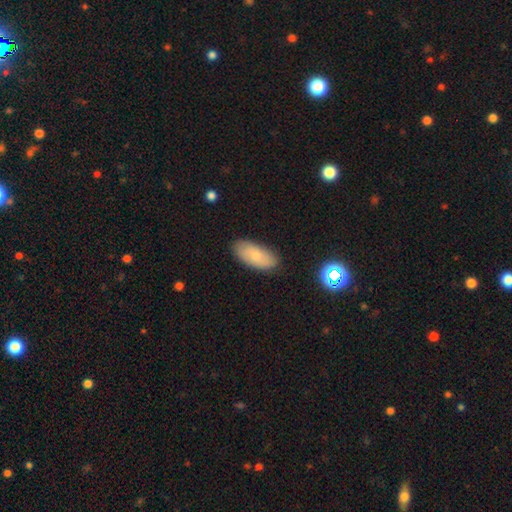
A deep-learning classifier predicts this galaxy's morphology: The model was most divided on "smooth or featured": smooth: 77%, featured or disk: 16%, star or artifact: 8%. More confident: how rounded — in between (89%); merging — none (84%).